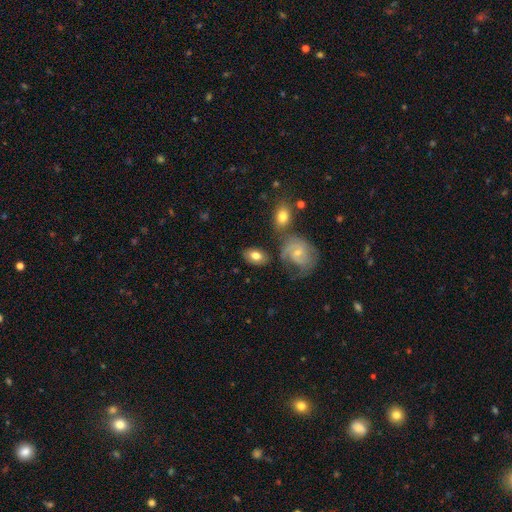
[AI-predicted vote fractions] This is likely a smooth galaxy (71%). How rounded: clearly in between (87%). Merging: likely none (70%).